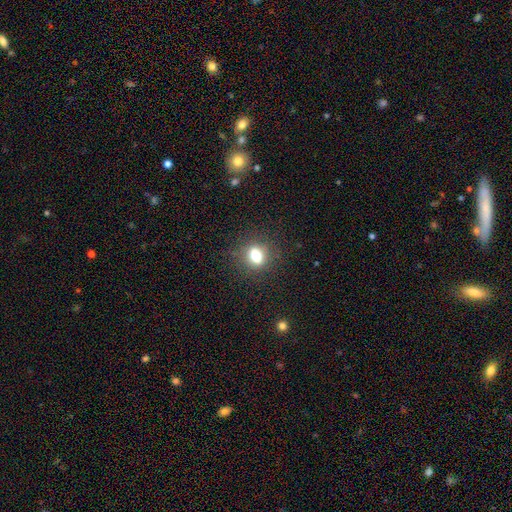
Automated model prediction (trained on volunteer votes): Q: Smooth or featured?
A: smooth (74%); runner-up: featured or disk (13%)
Q: How rounded?
A: in between (52%); runner-up: round (45%)
Q: Merging?
A: none (85%); runner-up: minor disturbance (10%)